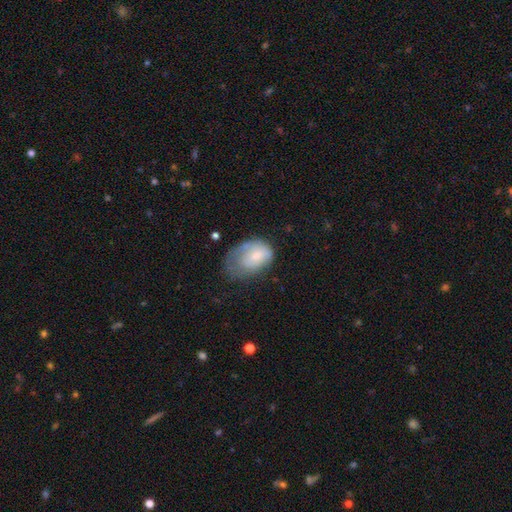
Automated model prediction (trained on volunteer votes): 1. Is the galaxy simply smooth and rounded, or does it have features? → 63% smooth, 30% featured or disk, 7% star or artifact.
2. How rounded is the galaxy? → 82% in between, 17% round, 1% cigar-shaped.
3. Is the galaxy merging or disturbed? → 37% major disturbance, 35% minor disturbance, 26% none, 2% merger.